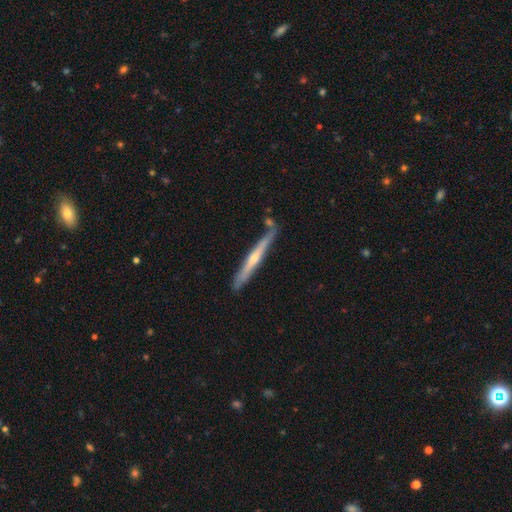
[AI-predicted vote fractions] Morphology: type=featured or disk (71%); edge-on=yes (95%); edge-on bulge=rounded (73%); merging=none (80%).